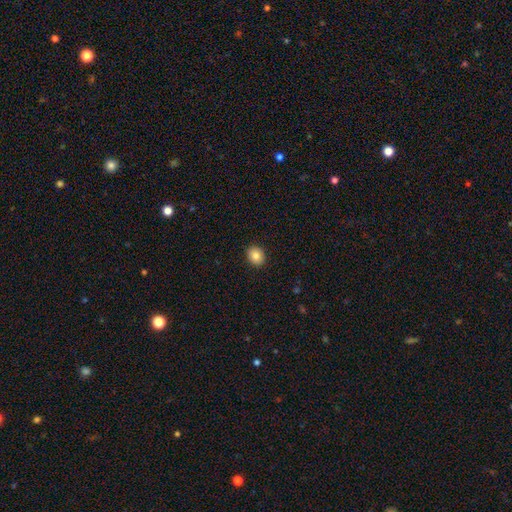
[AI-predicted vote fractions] A smooth galaxy with no disk features (84%) that is round (62%). Merging: none (90%).